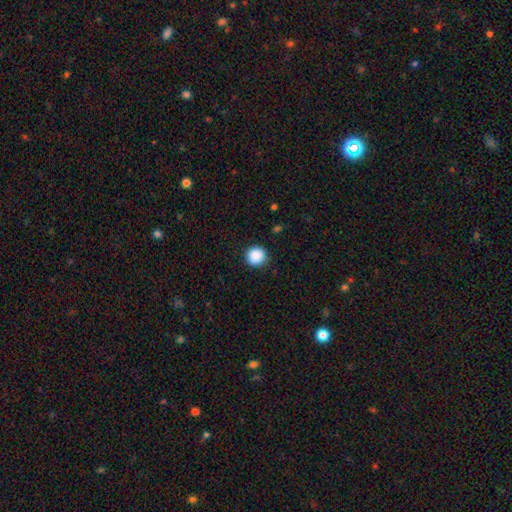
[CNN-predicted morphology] smooth 89%, star or artifact 9%, featured or disk 2%. Down the decision tree: how rounded — round (94%); merging — none (90%).